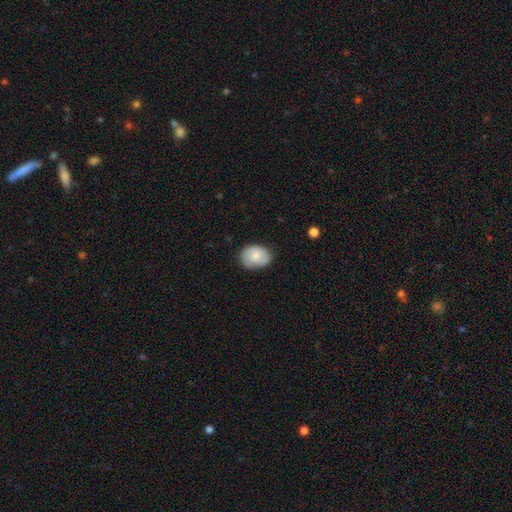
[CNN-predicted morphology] The model was most divided on "how rounded": in between: 65%, round: 34%, cigar-shaped: 1%. More confident: merging — none (73%); smooth or featured — smooth (69%).